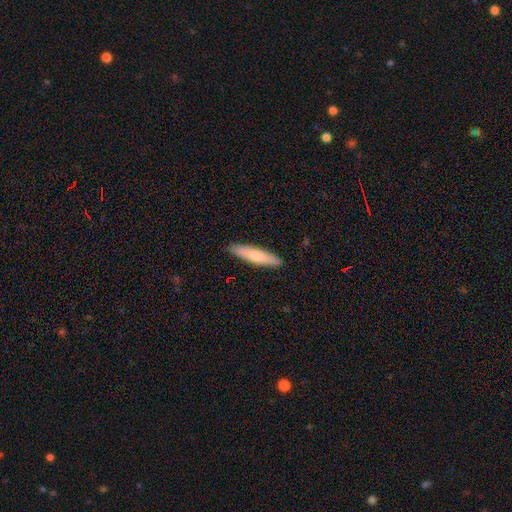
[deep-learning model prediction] smooth_or_featured: smooth (p=0.73) [alt: featured or disk p=0.22]
how_rounded: cigar-shaped (p=0.84) [alt: in between p=0.15]
merging: none (p=0.90) [alt: minor disturbance p=0.08]